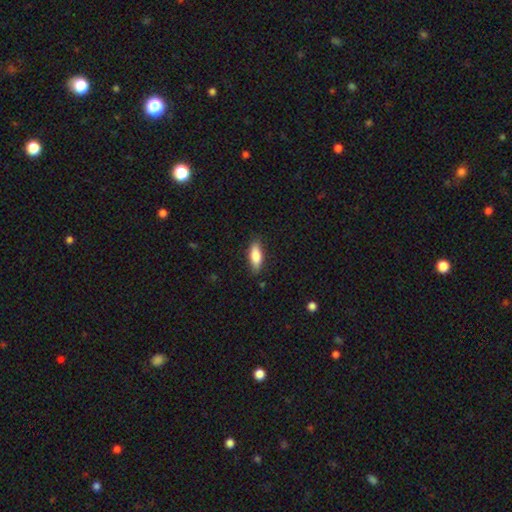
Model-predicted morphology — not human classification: smooth_or_featured: smooth (p=0.82) [alt: featured or disk p=0.12]
how_rounded: in between (p=0.66) [alt: cigar-shaped p=0.32]
merging: none (p=0.84) [alt: minor disturbance p=0.13]